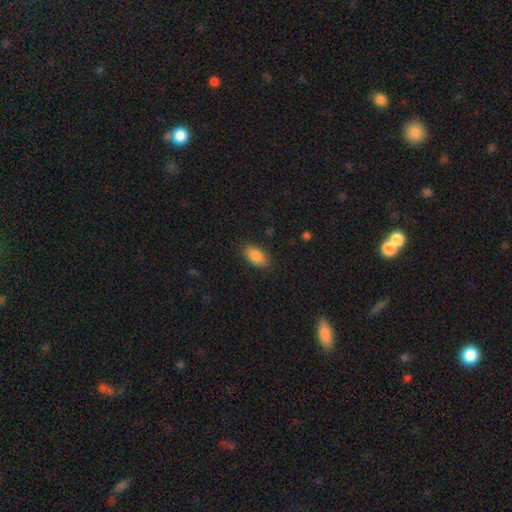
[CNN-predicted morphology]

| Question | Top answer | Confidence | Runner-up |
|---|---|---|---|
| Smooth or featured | smooth | 87% | star or artifact (7%) |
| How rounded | in between | 92% | round (5%) |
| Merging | none | 85% | minor disturbance (11%) |